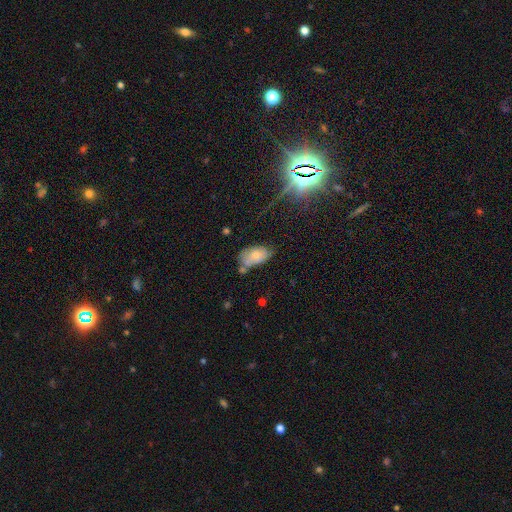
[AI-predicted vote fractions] This appears to be a smooth galaxy with no disk features (57%) that is in between round and cigar-shaped (91%). Merging: none (41%).